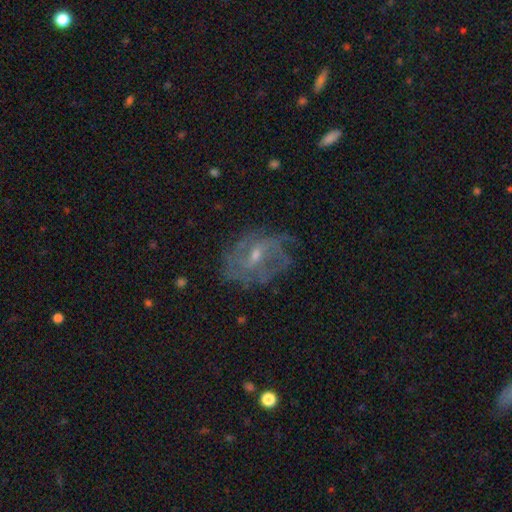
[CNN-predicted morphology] Smooth or featured?
  - featured or disk: 77% *
  - smooth: 14%
  - star or artifact: 9%
Edge-on disk?
  - no: 97% *
  - yes: 3%
Bar?
  - weak: 50% *
  - no: 38%
  - strong: 11%
Spiral arms?
  - yes: 84% *
  - no: 16%
Spiral winding?
  - medium: 41% *
  - tight: 35%
  - loose: 24%
Spiral arm count?
  - can't tell: 40% *
  - 2: 22%
  - 3: 18%
  - 4: 10%
  - 1: 6%
  - more than 4: 5%
Bulge size?
  - small: 55% *
  - moderate: 39%
  - none: 3%
  - large: 1%
  - dominant: 1%
Merging?
  - none: 62% *
  - minor disturbance: 22%
  - major disturbance: 14%
  - merger: 2%